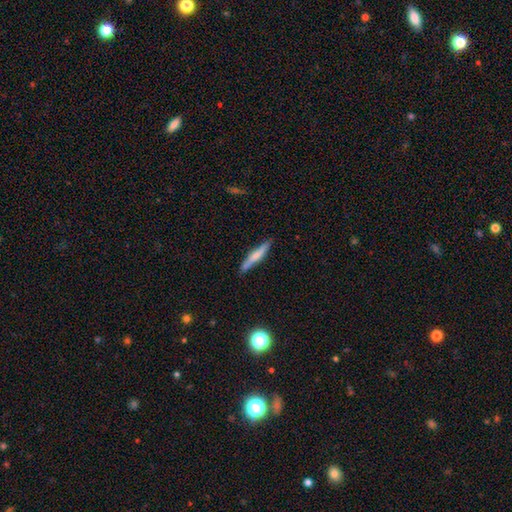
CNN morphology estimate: This appears to be a smooth galaxy with no disk features (58%) that is cigar-shaped (93%). Merging: none (86%).